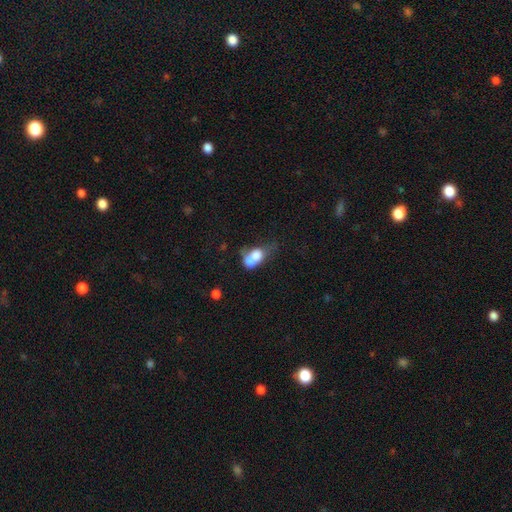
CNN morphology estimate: A smooth galaxy with no disk features (66%) that is in between round and cigar-shaped (65%). Merging: merger (66%).